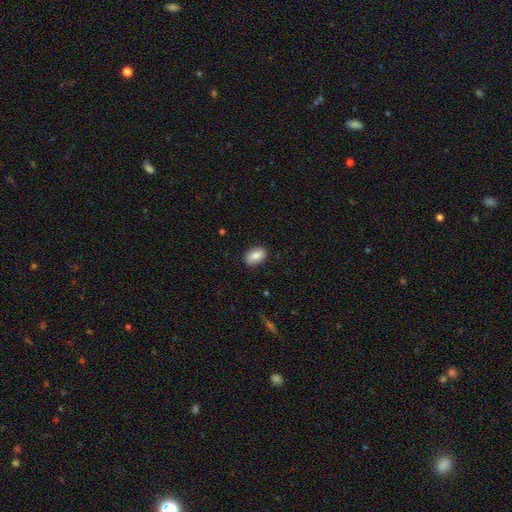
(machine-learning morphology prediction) This is clearly a smooth galaxy (85%). How rounded: clearly in between (90%). Merging: clearly none (88%).